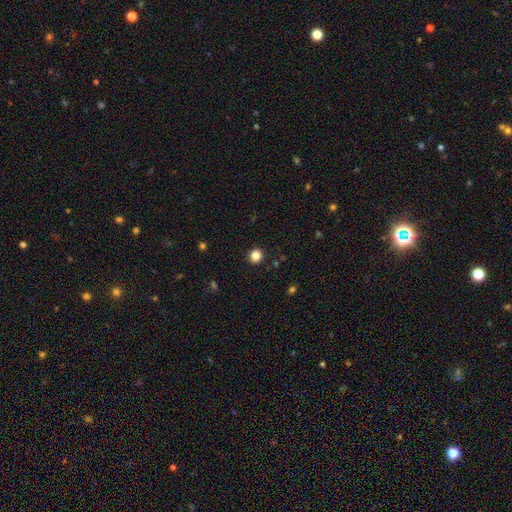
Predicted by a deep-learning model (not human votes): This appears to be a smooth galaxy with no disk features (85%) that is round (91%). Merging: none (93%).